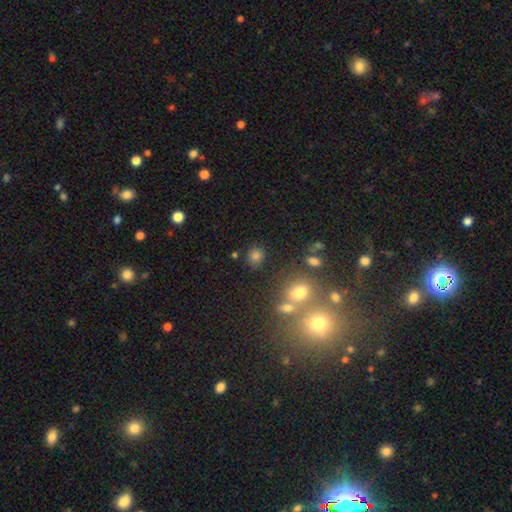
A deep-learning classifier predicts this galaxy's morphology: This is likely a smooth galaxy (76%). How rounded: likely round (79%). Merging: likely none (78%).